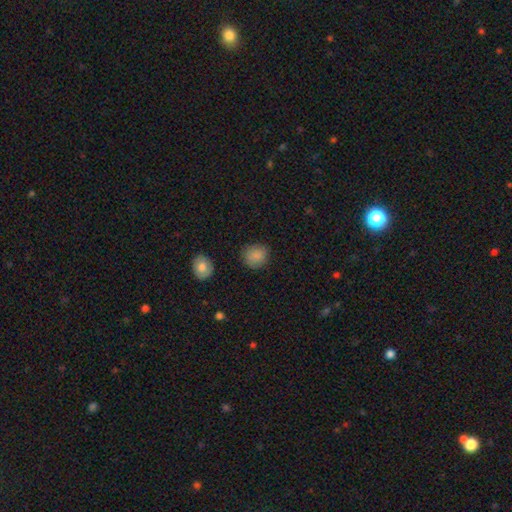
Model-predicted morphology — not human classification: A smooth galaxy with no disk features (86%) that is round (84%).

Vote fractions:
- Smooth or featured? smooth: 86% / star or artifact: 9% / featured or disk: 5%
- How rounded? round: 84% / in between: 15% / cigar-shaped: 1%
- Merging? none: 83% / minor disturbance: 12% / major disturbance: 3% / merger: 2%